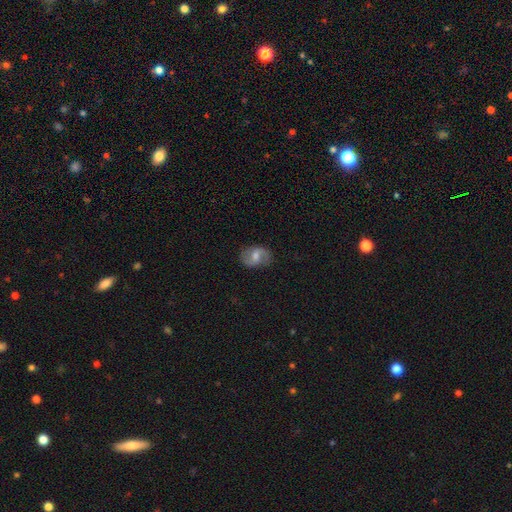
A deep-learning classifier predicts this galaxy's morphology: type=featured or disk (52%); edge-on=no (96%); merging=none (79%).